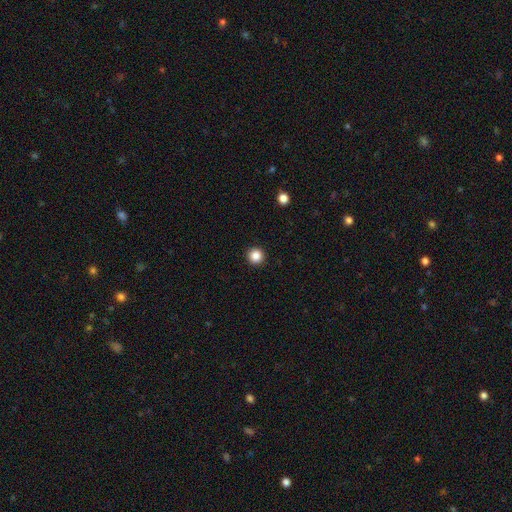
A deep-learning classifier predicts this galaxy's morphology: Smooth or featured? Predicted: smooth (p=0.86). How rounded? Predicted: round (p=0.96). Merging? Predicted: none (p=0.94).